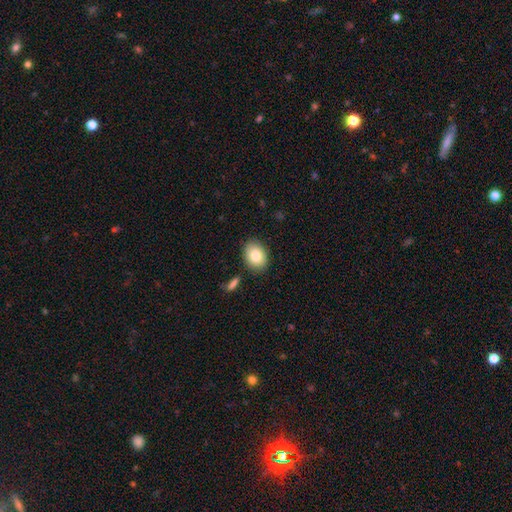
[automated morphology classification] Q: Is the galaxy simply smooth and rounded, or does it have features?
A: smooth — 82%.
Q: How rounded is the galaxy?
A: in between — 70%.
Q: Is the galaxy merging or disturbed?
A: none — 85%.